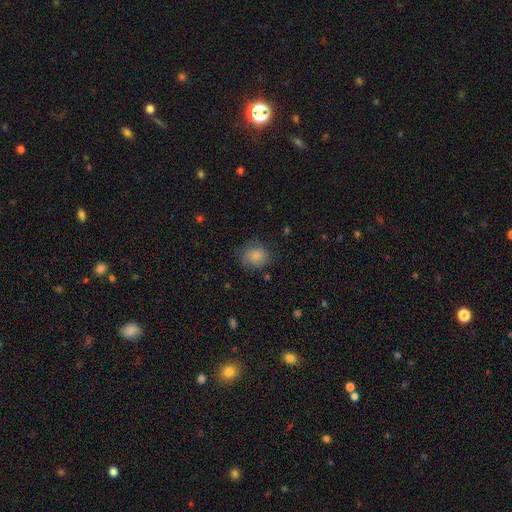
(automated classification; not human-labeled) smooth-or-featured: smooth: 78% | featured or disk: 13% | star or artifact: 8%
  how-rounded: round: 70% | in between: 29% | cigar-shaped: 1%
  merging: none: 68% | minor disturbance: 22% | major disturbance: 9% | merger: 1%